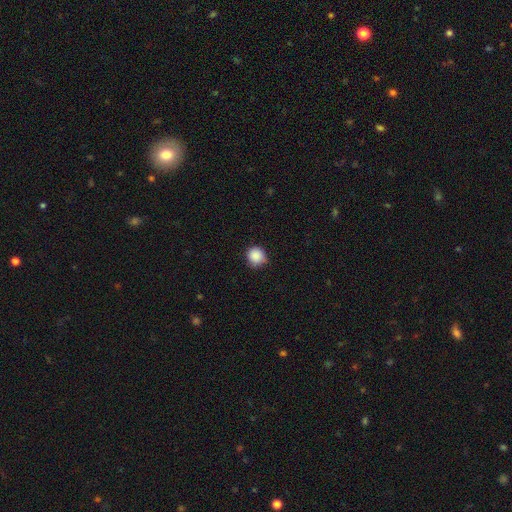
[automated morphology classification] A smooth galaxy with no disk features (88%) that is round (92%). Merging: none (79%).